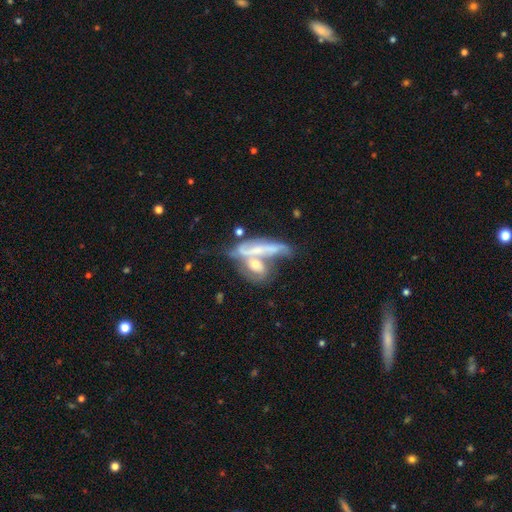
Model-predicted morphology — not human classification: Smooth or featured? Predicted: featured or disk (p=0.61). Edge-on disk? Predicted: no (p=0.66). Merging? Predicted: merger (p=0.63).